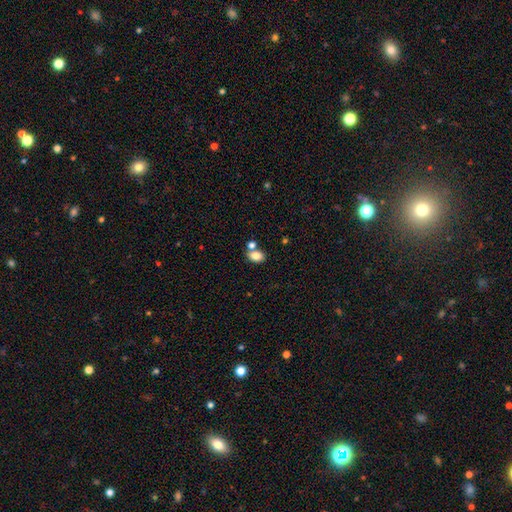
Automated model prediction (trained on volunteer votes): A smooth galaxy with no disk features (83%) that is in between round and cigar-shaped (78%).

Vote fractions:
- Smooth or featured? smooth: 83% / star or artifact: 10% / featured or disk: 7%
- How rounded? in between: 78% / round: 21% / cigar-shaped: 1%
- Merging? none: 54% / merger: 30% / minor disturbance: 11% / major disturbance: 4%